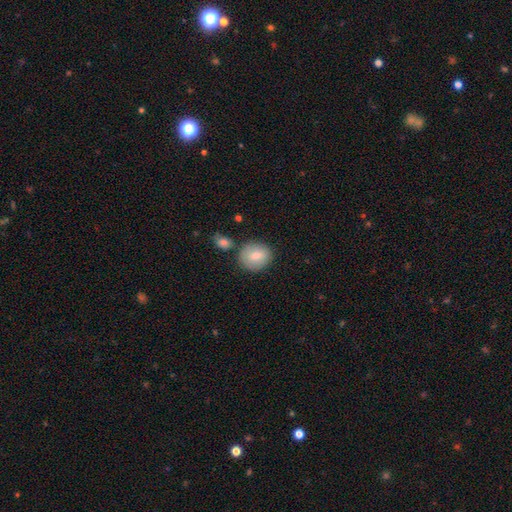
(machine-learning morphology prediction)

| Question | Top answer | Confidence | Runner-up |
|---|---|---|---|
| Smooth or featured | smooth | 80% | featured or disk (13%) |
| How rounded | round | 75% | in between (24%) |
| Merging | none | 73% | minor disturbance (13%) |